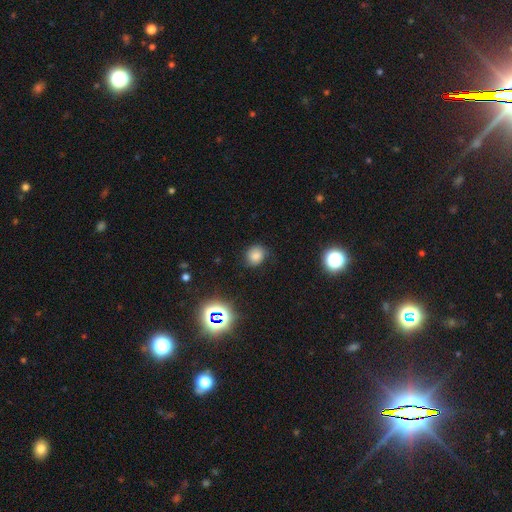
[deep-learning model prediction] Smooth or featured? smooth (74%)
How rounded? round (75%)
Merging? none (75%)